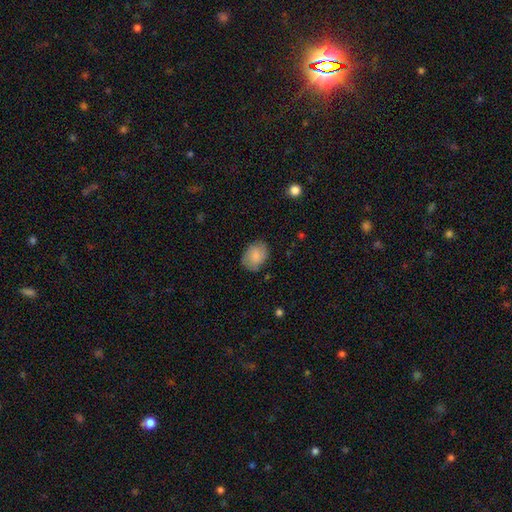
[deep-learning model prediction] The model was most divided on "how rounded": in between: 68%, round: 31%, cigar-shaped: 1%. More confident: smooth or featured — smooth (78%); merging — none (77%).